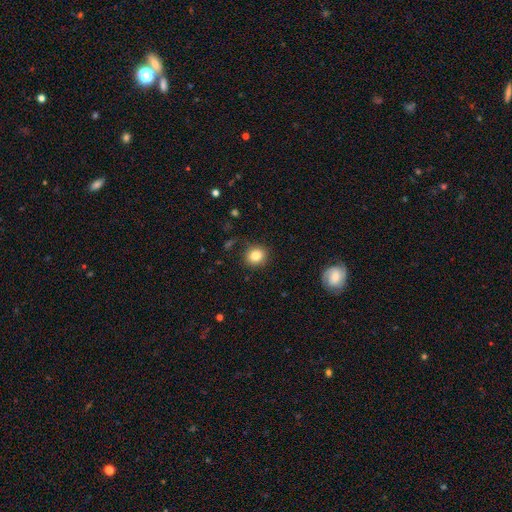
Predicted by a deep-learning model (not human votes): The model was most divided on "how rounded": round: 81%, in between: 18%, cigar-shaped: 1%. More confident: merging — none (87%); smooth or featured — smooth (83%).